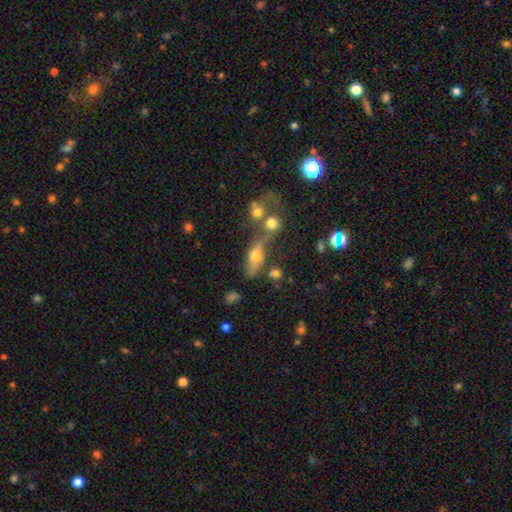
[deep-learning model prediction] A smooth galaxy with no disk features (58%) that is in between round and cigar-shaped (65%).

Vote fractions:
- Smooth or featured? smooth: 58% / featured or disk: 30% / star or artifact: 12%
- How rounded? in between: 65% / cigar-shaped: 23% / round: 12%
- Merging? none: 39% / merger: 29% / minor disturbance: 18% / major disturbance: 14%